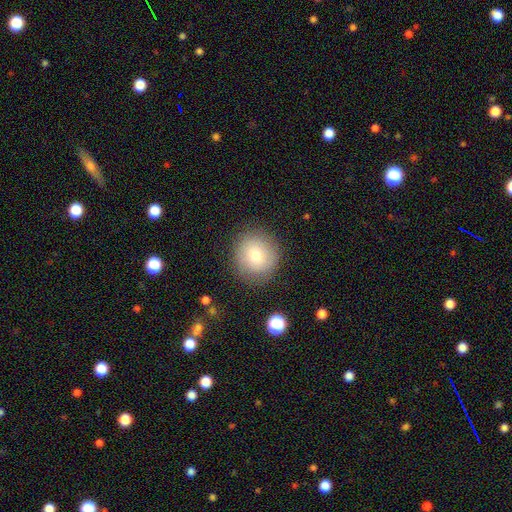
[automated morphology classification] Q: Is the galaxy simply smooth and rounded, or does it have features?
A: smooth — 74%.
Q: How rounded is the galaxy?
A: round — 91%.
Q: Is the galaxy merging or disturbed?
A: none — 85%.